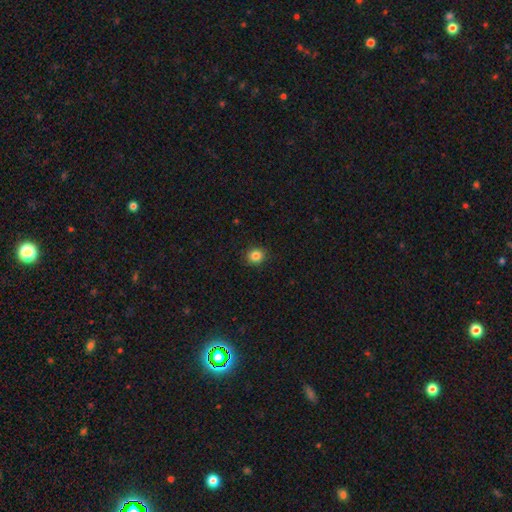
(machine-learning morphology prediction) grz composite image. It shows a smooth galaxy with no disk features (85%) that is round (84%). Merging: none (90%).